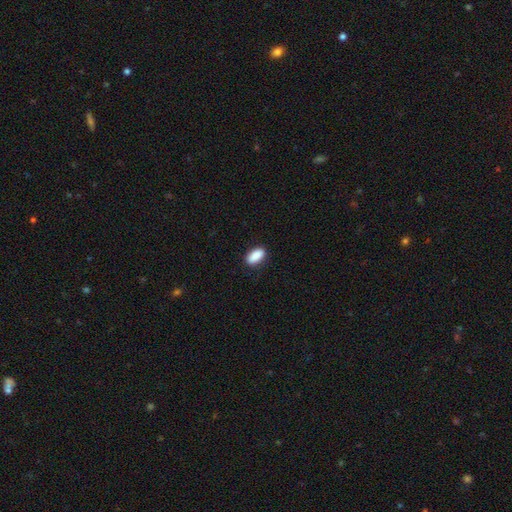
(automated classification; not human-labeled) This appears to be a smooth galaxy with no disk features (90%) that is in between round and cigar-shaped (89%). Merging: none (86%).